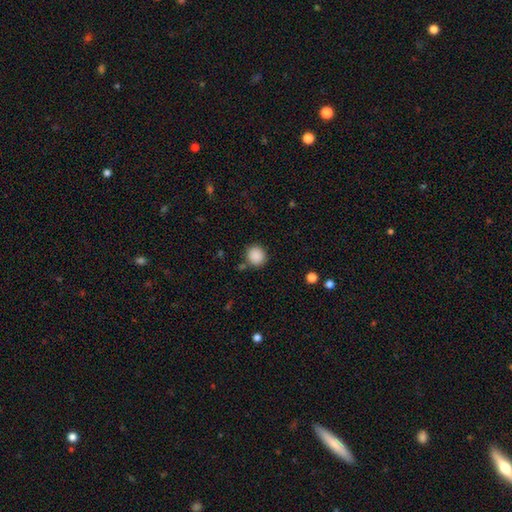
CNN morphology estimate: smooth_or_featured: smooth (p=0.88) [alt: star or artifact p=0.09]
how_rounded: round (p=0.87) [alt: in between p=0.12]
merging: none (p=0.84) [alt: minor disturbance p=0.09]